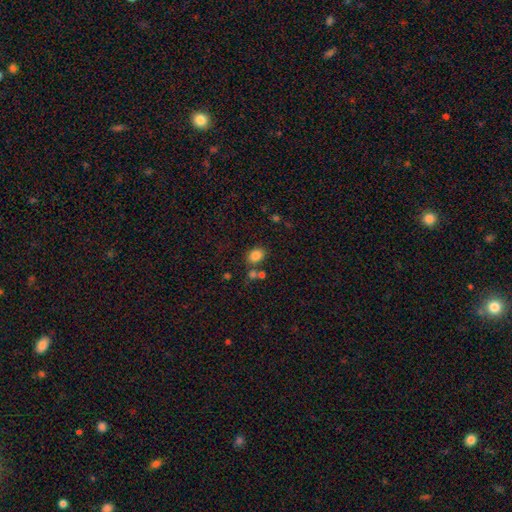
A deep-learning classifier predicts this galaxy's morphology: This is clearly a smooth galaxy (83%). How rounded: likely in between (68%). Merging: likely none (71%).